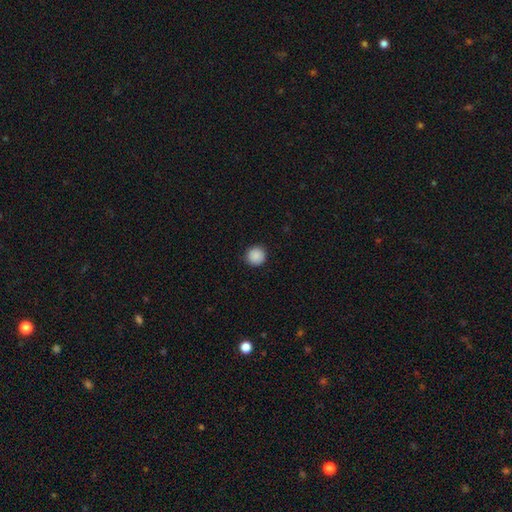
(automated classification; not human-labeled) This appears to be a smooth galaxy with no disk features (89%) that is round (96%). Merging: none (92%).